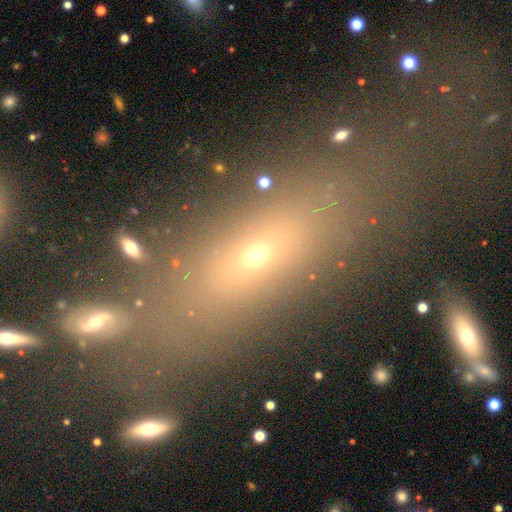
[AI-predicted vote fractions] The model was most divided on "how rounded": in between: 56%, cigar-shaped: 33%, round: 12%. More confident: merging — none (60%); smooth or featured — smooth (51%).